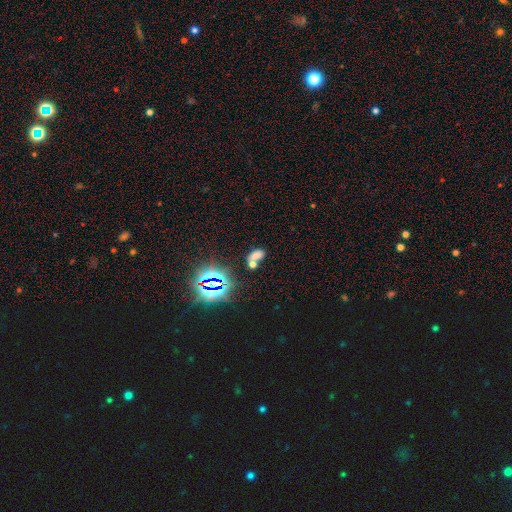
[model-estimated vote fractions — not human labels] Morphology: type=smooth (57%); roundness=in between (85%); merging=none (41%).